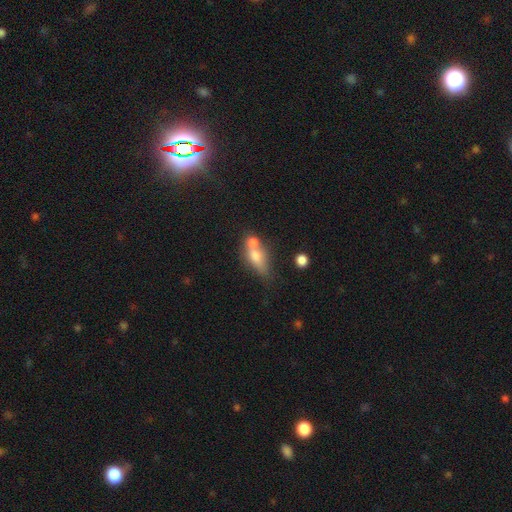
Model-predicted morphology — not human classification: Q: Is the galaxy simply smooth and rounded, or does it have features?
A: smooth — 65%.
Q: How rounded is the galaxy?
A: in between — 65%.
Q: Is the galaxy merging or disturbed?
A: merger — 53%.